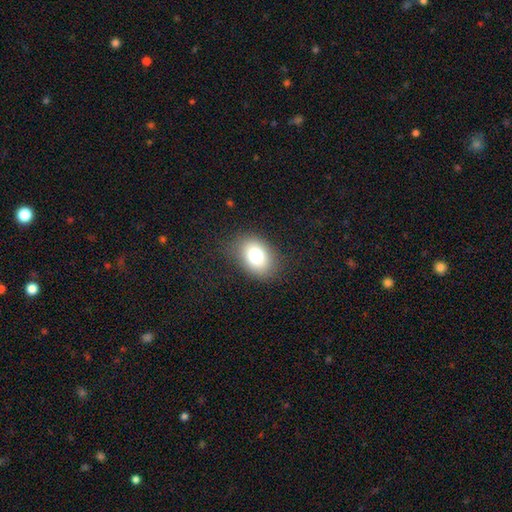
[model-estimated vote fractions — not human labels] Overall: smooth (78%). How rounded: in between (73%). Merging: none (82%).